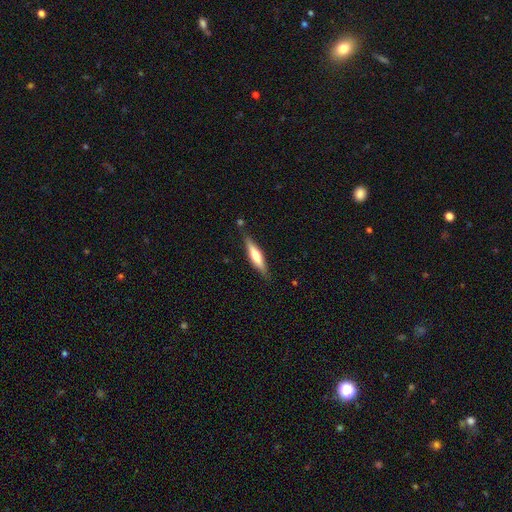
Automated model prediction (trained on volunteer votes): Q: Smooth or featured?
A: smooth (48%); runner-up: featured or disk (46%)
Q: Merging?
A: none (84%); runner-up: minor disturbance (11%)